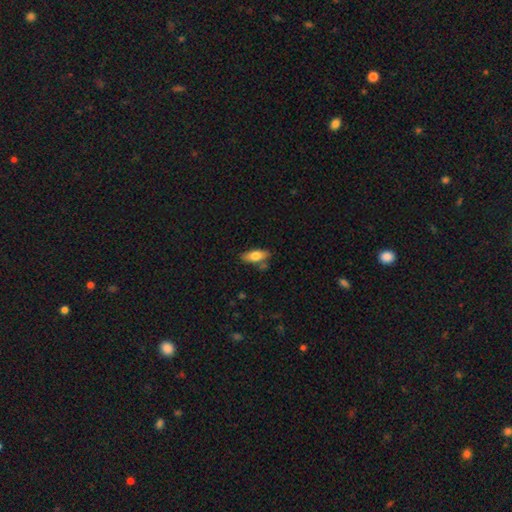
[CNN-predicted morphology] smooth 74%, featured or disk 19%, star or artifact 6%. Down the decision tree: how rounded — in between (76%); merging — none (73%).